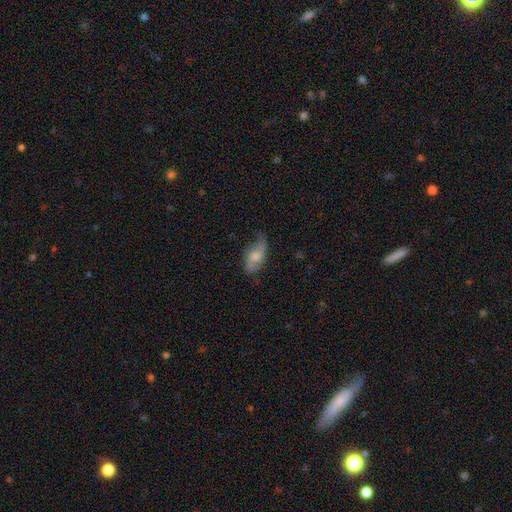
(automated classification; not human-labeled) This appears to be a featured or disk galaxy (53%). Merging: none (62%).